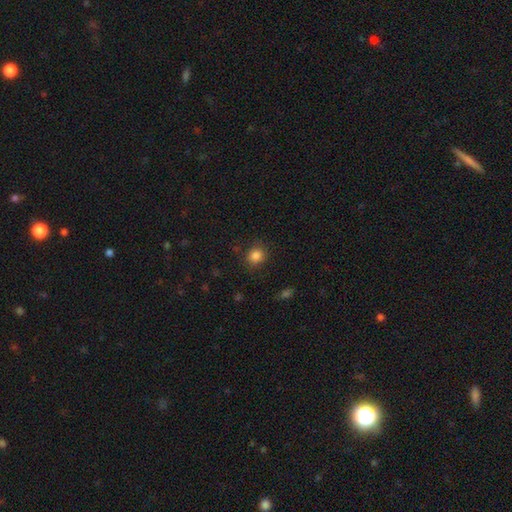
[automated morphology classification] Q: Smooth or featured?
A: smooth (84%); runner-up: star or artifact (12%)
Q: How rounded?
A: round (80%); runner-up: in between (19%)
Q: Merging?
A: none (84%); runner-up: minor disturbance (11%)